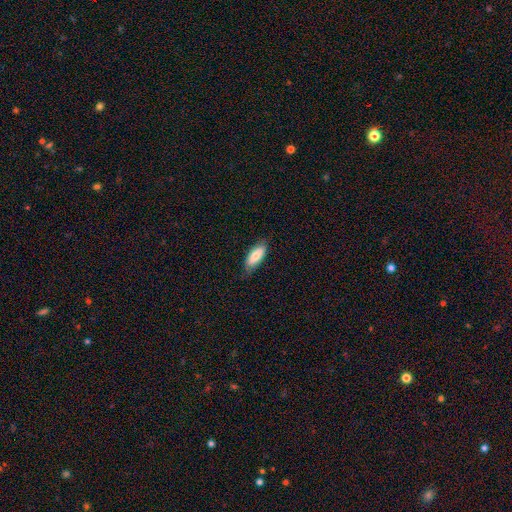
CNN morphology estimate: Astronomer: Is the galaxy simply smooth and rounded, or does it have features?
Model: smooth — 78%.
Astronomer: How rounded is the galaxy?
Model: in between — 71%.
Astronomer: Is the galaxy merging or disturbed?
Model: none — 73%.